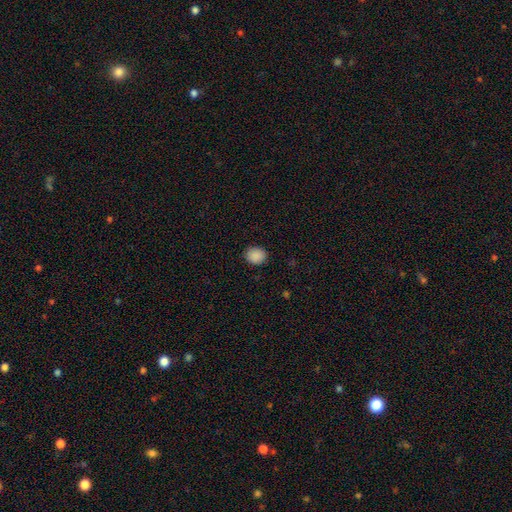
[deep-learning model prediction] The model was most divided on "how rounded": round: 73%, in between: 26%, cigar-shaped: 1%. More confident: merging — none (89%); smooth or featured — smooth (89%).